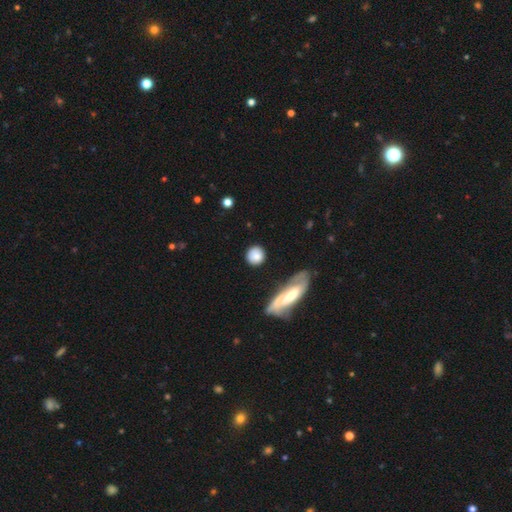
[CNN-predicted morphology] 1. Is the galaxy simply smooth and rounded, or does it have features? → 81% smooth, 12% featured or disk, 7% star or artifact.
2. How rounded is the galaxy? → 85% round, 11% in between, 4% cigar-shaped.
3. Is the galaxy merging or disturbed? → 77% none, 13% minor disturbance, 5% major disturbance, 4% merger.